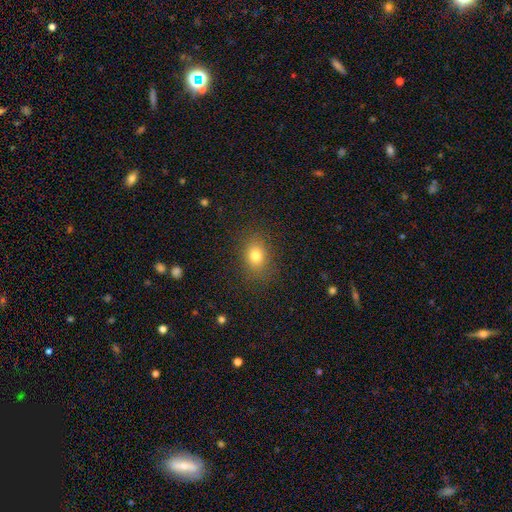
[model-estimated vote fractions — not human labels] A smooth galaxy with no disk features (79%) that is in between round and cigar-shaped (60%).

Vote fractions:
- Smooth or featured? smooth: 79% / star or artifact: 12% / featured or disk: 9%
- How rounded? in between: 60% / round: 38% / cigar-shaped: 1%
- Merging? none: 85% / minor disturbance: 10% / major disturbance: 4% / merger: 1%